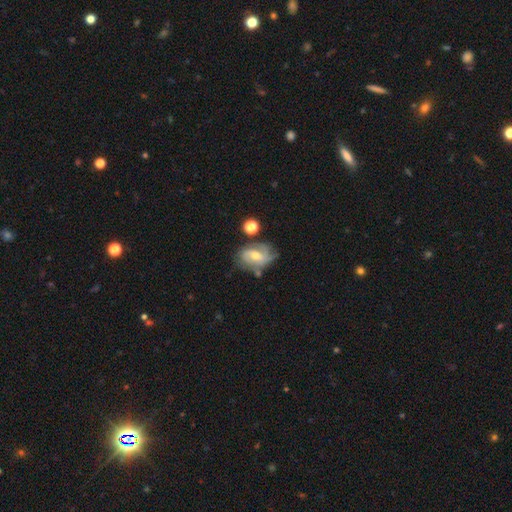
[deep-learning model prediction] This is likely a featured or disk galaxy (70%). It is clearly not viewed edge-on (96%). Bar: marginally no (44%). Spiral arm pattern: clearly yes (87%). Spiral arm count: marginally 2 (42%). Spiral winding: marginally medium (42%). Central bulge: possibly moderate (51%). Merging: possibly none (52%).